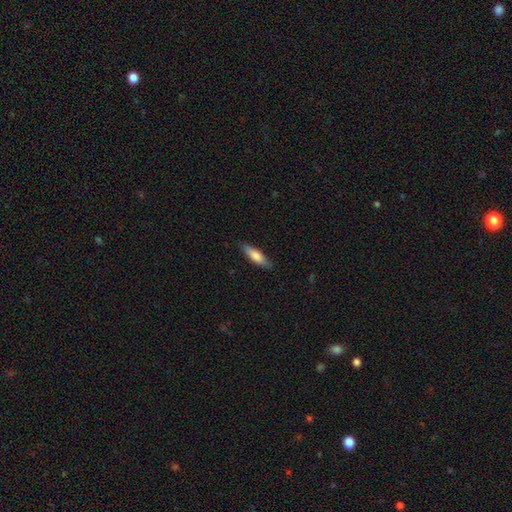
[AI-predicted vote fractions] A smooth galaxy with no disk features (74%) that is cigar-shaped (60%). Merging: none (85%).